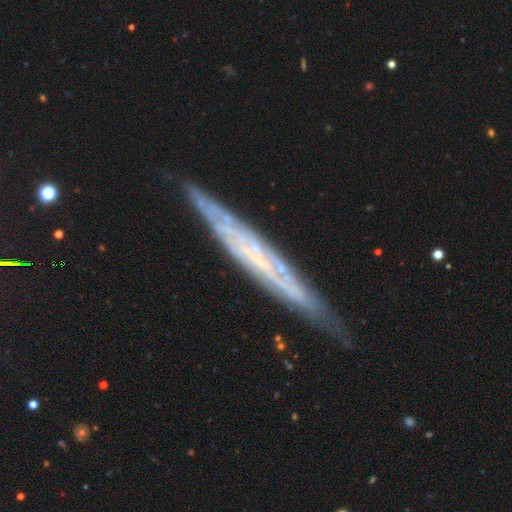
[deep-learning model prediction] Q: Smooth or featured?
A: featured or disk (75%); runner-up: smooth (17%)
Q: Edge-on disk?
A: yes (79%); runner-up: no (21%)
Q: Edge-on bulge?
A: none (78%); runner-up: rounded (16%)
Q: Merging?
A: none (82%); runner-up: minor disturbance (13%)